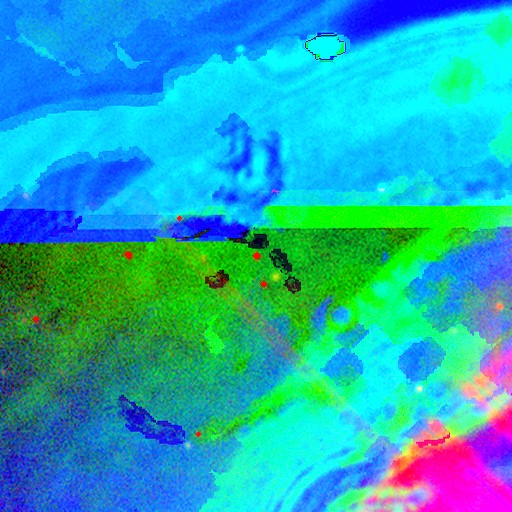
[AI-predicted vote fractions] smooth_or_featured: star or artifact (p=0.87) [alt: featured or disk p=0.07]